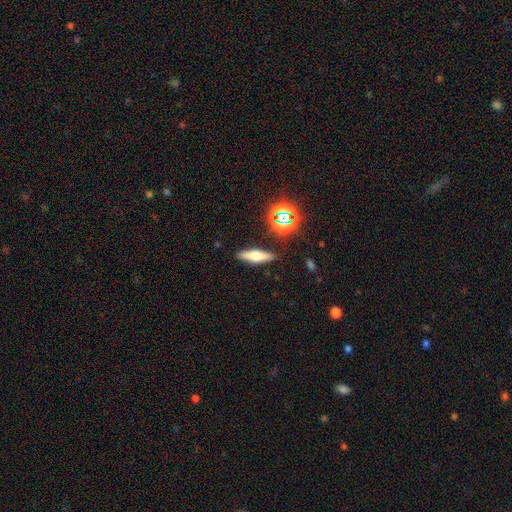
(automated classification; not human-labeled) Smooth or featured? smooth (50%)
Merging? none (86%)